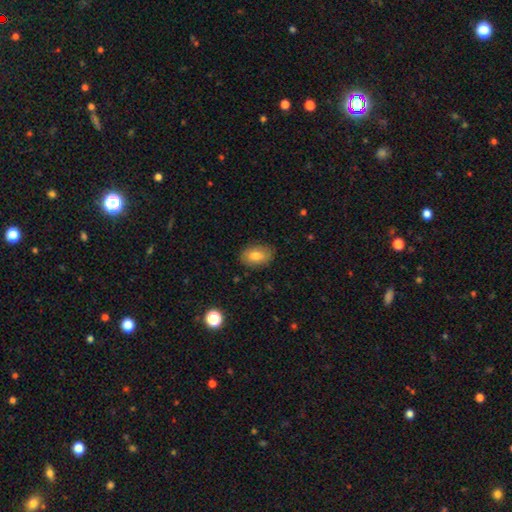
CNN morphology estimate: This appears to be a smooth galaxy with no disk features (76%) that is in between round and cigar-shaped (87%). Merging: none (84%).